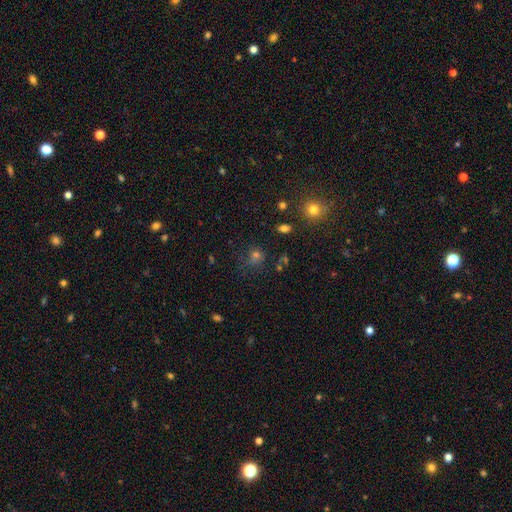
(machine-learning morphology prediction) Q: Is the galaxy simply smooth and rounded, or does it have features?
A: smooth — 53%.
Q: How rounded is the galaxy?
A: round — 82%.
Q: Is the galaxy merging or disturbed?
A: none — 70%.